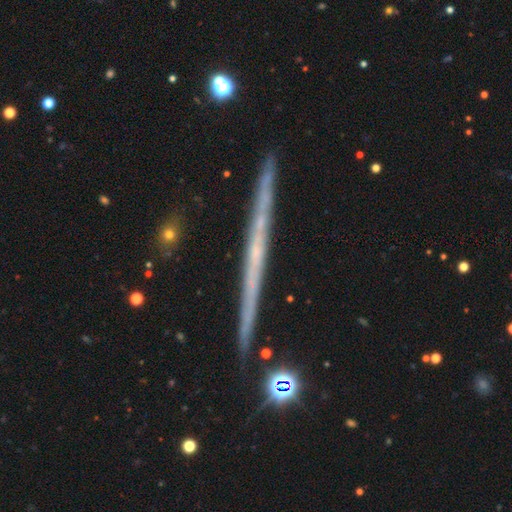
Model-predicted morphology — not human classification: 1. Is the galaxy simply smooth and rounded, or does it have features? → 72% featured or disk, 19% smooth, 9% star or artifact.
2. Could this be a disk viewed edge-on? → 98% yes, 2% no.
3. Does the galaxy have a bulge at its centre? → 84% none, 12% rounded, 4% boxy.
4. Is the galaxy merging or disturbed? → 91% none, 6% minor disturbance, 1% merger, 1% major disturbance.